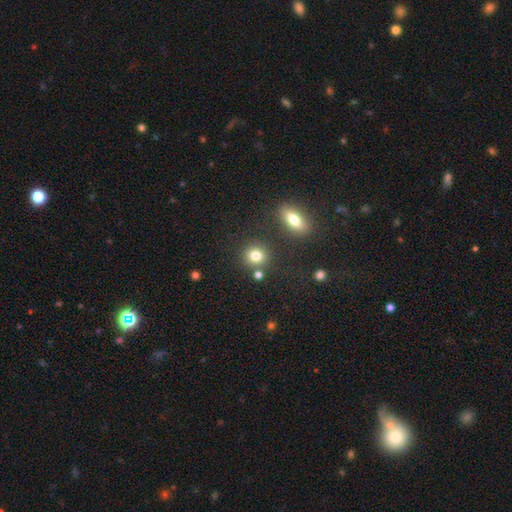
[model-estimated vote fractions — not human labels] Morphology: type=smooth (81%); roundness=round (86%); merging=none (79%).